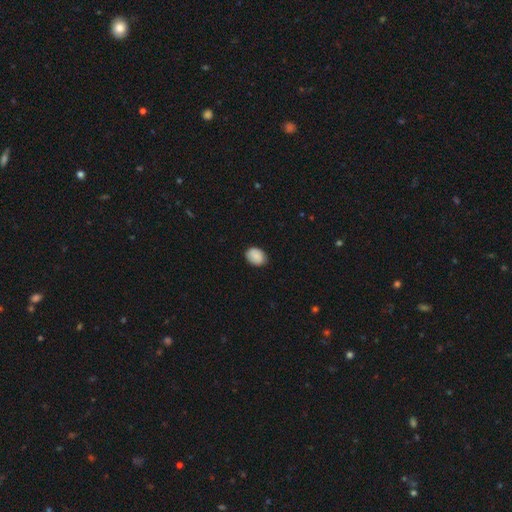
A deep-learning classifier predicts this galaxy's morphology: This appears to be a smooth galaxy with no disk features (88%) that is in between round and cigar-shaped (62%). Merging: none (84%).